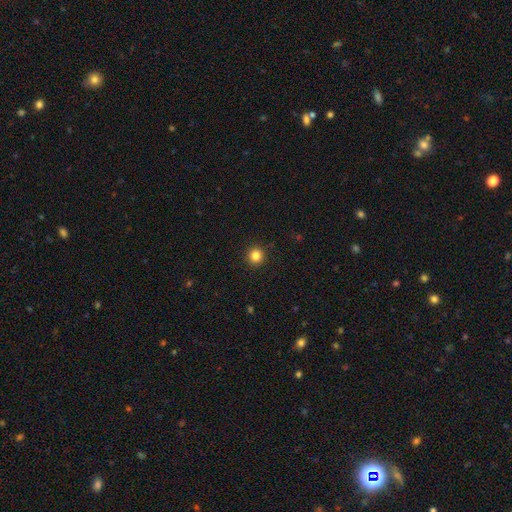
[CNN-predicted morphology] Smooth or featured? Predicted: smooth (p=0.84). How rounded? Predicted: round (p=0.95). Merging? Predicted: none (p=0.93).